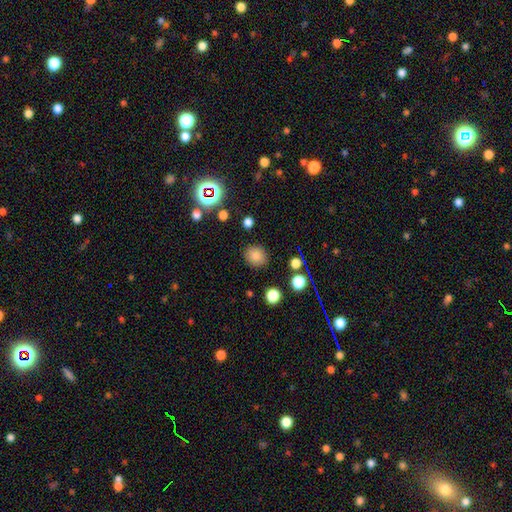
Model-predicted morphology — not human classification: This appears to be a smooth galaxy with no disk features (82%) that is round (77%). Merging: none (86%).